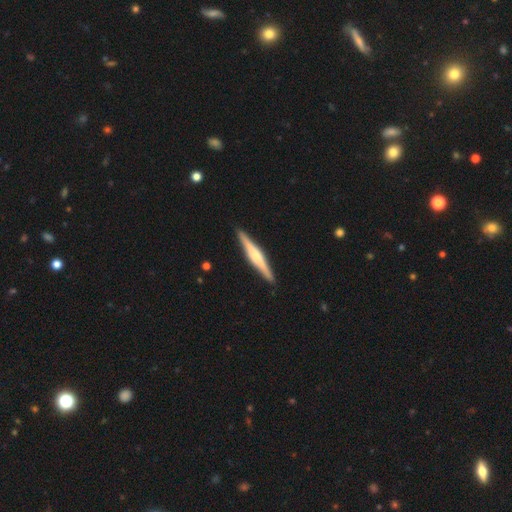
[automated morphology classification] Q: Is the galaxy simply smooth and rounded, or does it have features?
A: featured or disk — 70%.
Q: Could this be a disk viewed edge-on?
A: yes — 98%.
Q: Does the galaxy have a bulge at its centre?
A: rounded — 72%.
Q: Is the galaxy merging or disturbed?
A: none — 91%.